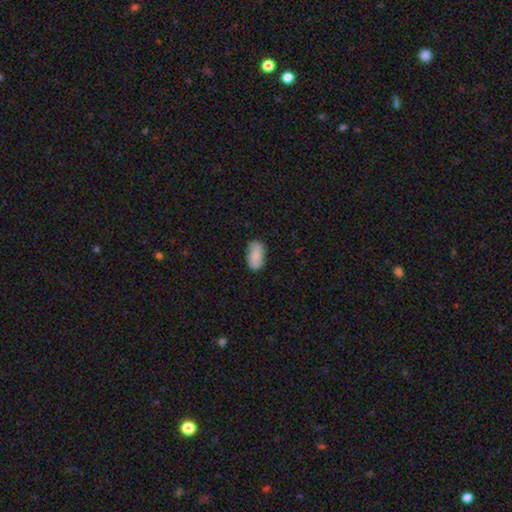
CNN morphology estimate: Smooth or featured? Predicted: smooth (p=0.81). How rounded? Predicted: in between (p=0.94). Merging? Predicted: none (p=0.76).